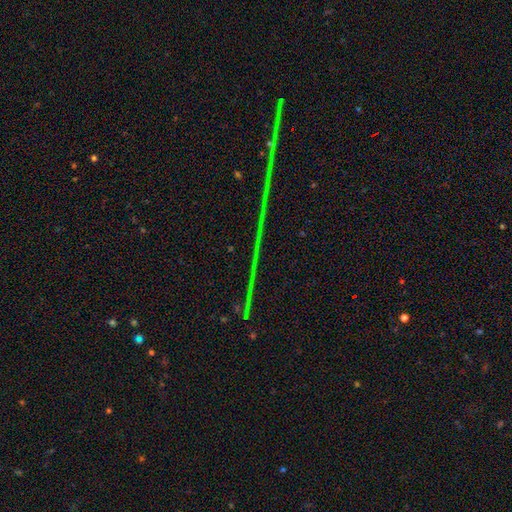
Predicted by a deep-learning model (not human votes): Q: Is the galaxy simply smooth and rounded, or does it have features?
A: star or artifact — 87%.